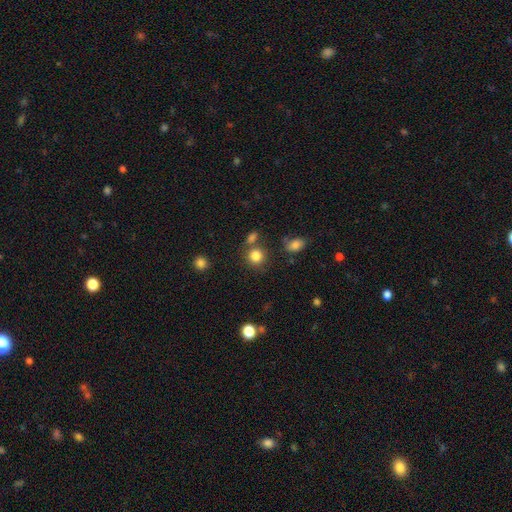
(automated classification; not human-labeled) A smooth galaxy with no disk features (83%) that is round (88%).

Vote fractions:
- Smooth or featured? smooth: 83% / star or artifact: 12% / featured or disk: 5%
- How rounded? round: 88% / in between: 11% / cigar-shaped: 1%
- Merging? none: 72% / merger: 14% / minor disturbance: 10% / major disturbance: 4%